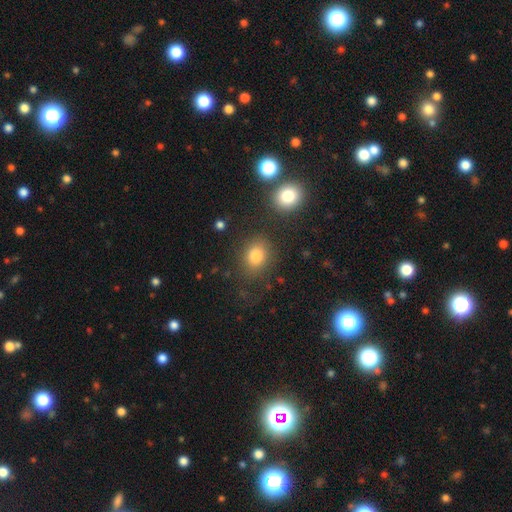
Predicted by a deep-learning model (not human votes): Smooth or featured? smooth (81%)
How rounded? round (56%)
Merging? none (78%)